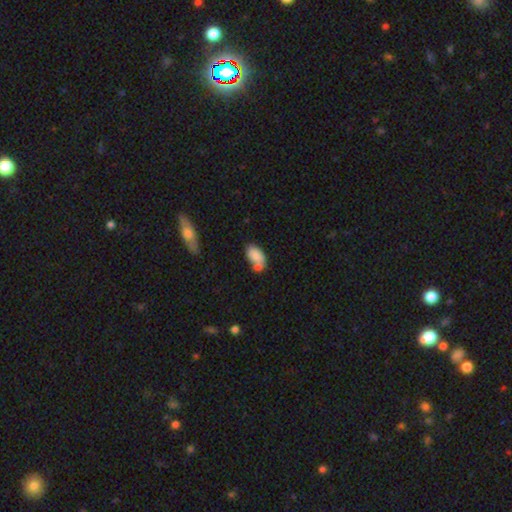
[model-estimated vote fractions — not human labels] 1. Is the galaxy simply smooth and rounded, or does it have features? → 83% smooth, 9% featured or disk, 8% star or artifact.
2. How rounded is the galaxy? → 92% in between, 6% round, 2% cigar-shaped.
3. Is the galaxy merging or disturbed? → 44% none, 34% merger, 16% minor disturbance, 5% major disturbance.